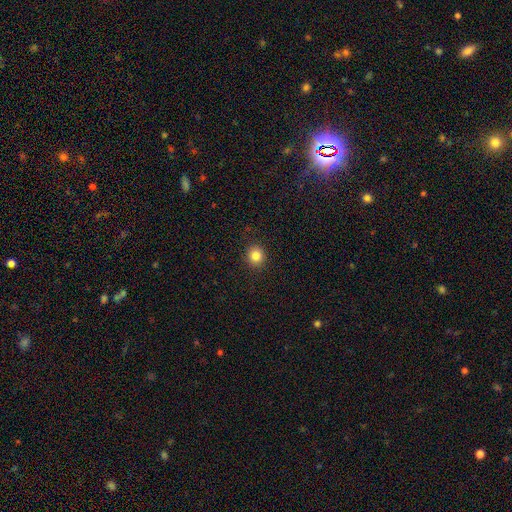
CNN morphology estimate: smooth-or-featured: smooth: 83% | star or artifact: 11% | featured or disk: 5%
  how-rounded: round: 88% | in between: 11% | cigar-shaped: 1%
  merging: none: 91% | minor disturbance: 6% | major disturbance: 2% | merger: 1%